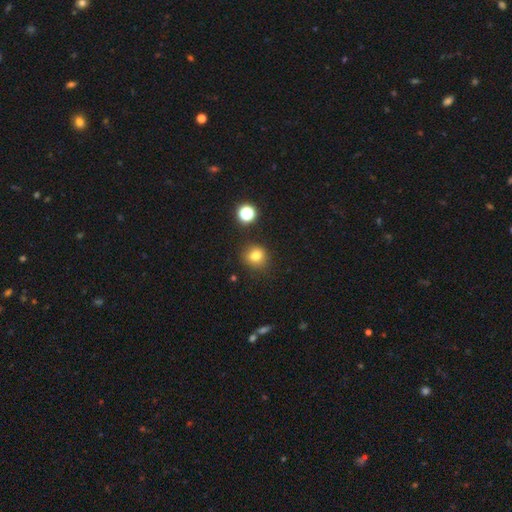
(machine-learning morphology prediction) This is likely a smooth galaxy (79%). How rounded: clearly round (80%). Merging: clearly none (84%).